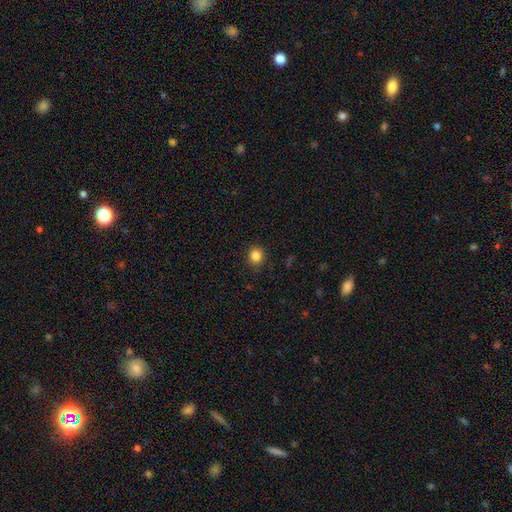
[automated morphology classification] The model was most divided on "how rounded": round: 85%, in between: 14%, cigar-shaped: 1%. More confident: merging — none (89%); smooth or featured — smooth (85%).